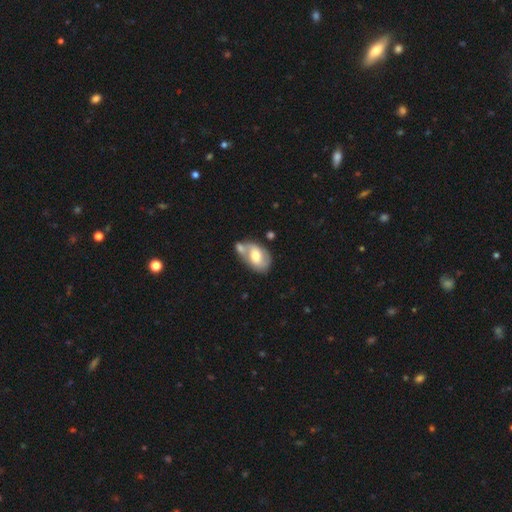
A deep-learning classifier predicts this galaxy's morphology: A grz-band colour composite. It shows a smooth galaxy with no disk features (52%) that is in between round and cigar-shaped (87%). Merging: merger (42%).